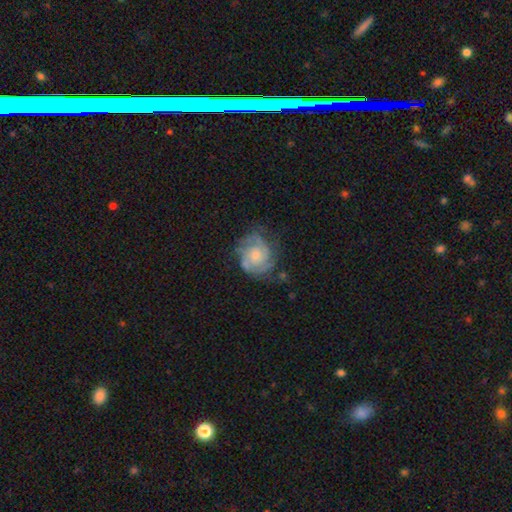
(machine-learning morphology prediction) Overall: featured or disk (78%). Edge-on disk: no (98%). Bar: no (76%). Spiral arms: yes (93%). Spiral arm count: 2 (35%; can't tell 27%). Spiral winding: tight (61%; medium 31%). Bulge size: small (48%; moderate 42%). Merging: none (63%).